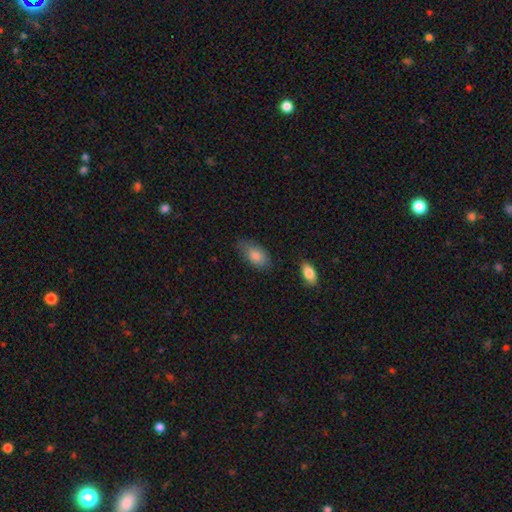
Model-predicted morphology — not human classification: smooth-or-featured: smooth: 81% | featured or disk: 11% | star or artifact: 7%
  how-rounded: in between: 91% | round: 5% | cigar-shaped: 4%
  merging: none: 69% | minor disturbance: 24% | major disturbance: 5% | merger: 2%